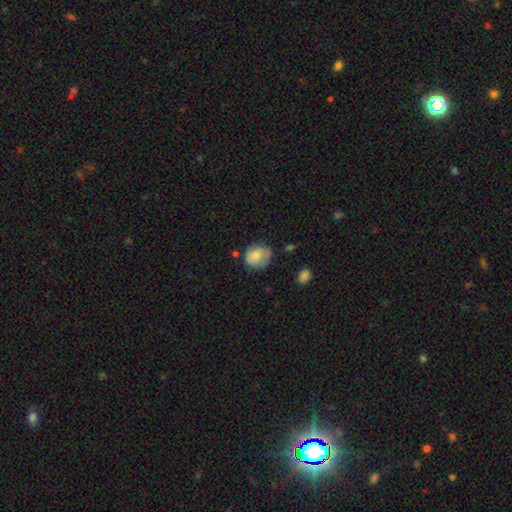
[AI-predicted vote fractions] smooth 72%, featured or disk 20%, star or artifact 8%. Down the decision tree: how rounded — round (69%); merging — none (57%).